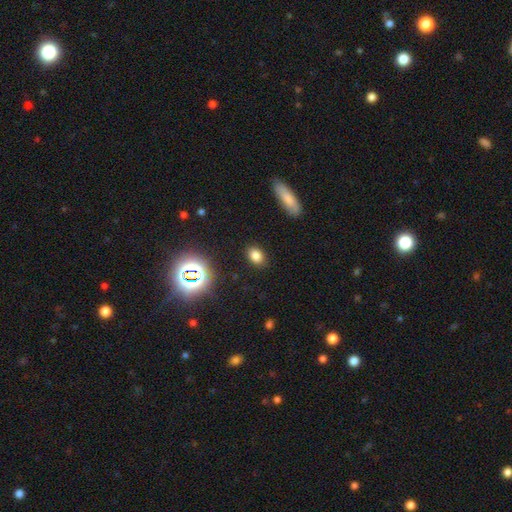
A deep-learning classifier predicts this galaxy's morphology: A smooth galaxy with no disk features (76%) that is in between round and cigar-shaped (67%).

Vote fractions:
- Smooth or featured? smooth: 76% / star or artifact: 18% / featured or disk: 6%
- How rounded? in between: 67% / round: 31% / cigar-shaped: 2%
- Merging? none: 88% / minor disturbance: 8% / major disturbance: 3% / merger: 2%